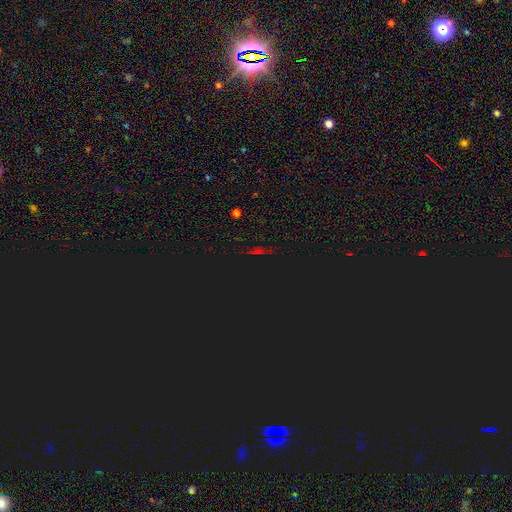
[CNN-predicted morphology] Q: Smooth or featured?
A: star or artifact (74%); runner-up: smooth (17%)